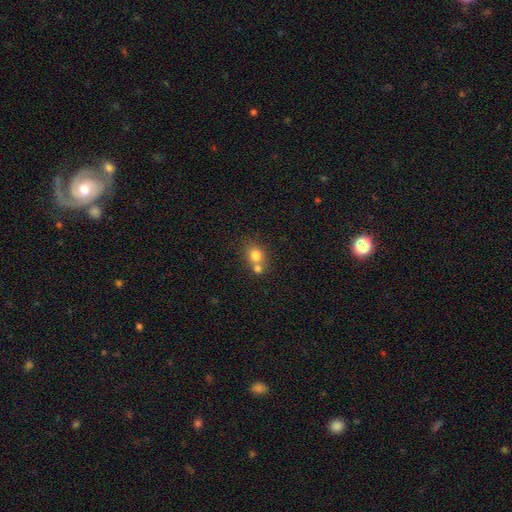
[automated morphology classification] type=smooth (78%); roundness=round (70%); merging=merger (47%).